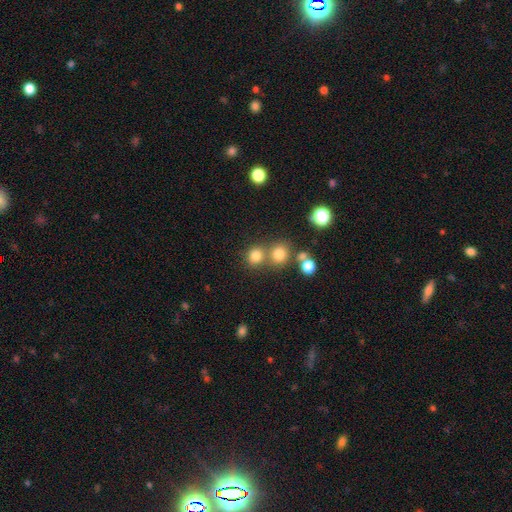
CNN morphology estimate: smooth 78%, star or artifact 15%, featured or disk 7%. Down the decision tree: how rounded — round (84%); merging — none (58%).